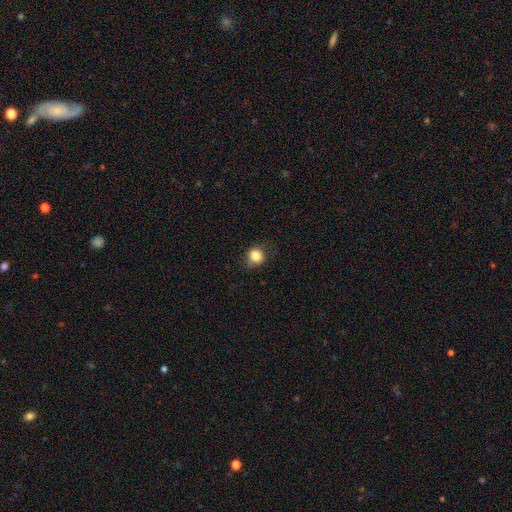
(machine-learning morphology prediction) type=smooth (82%); roundness=round (74%); merging=none (68%).